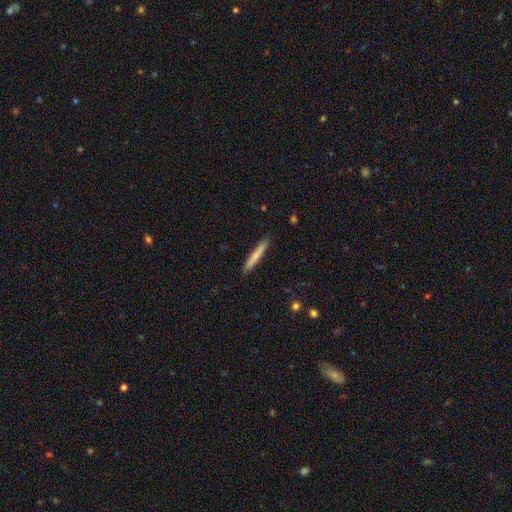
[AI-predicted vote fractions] Overall: smooth (75%). How rounded: cigar-shaped (94%). Merging: none (90%).